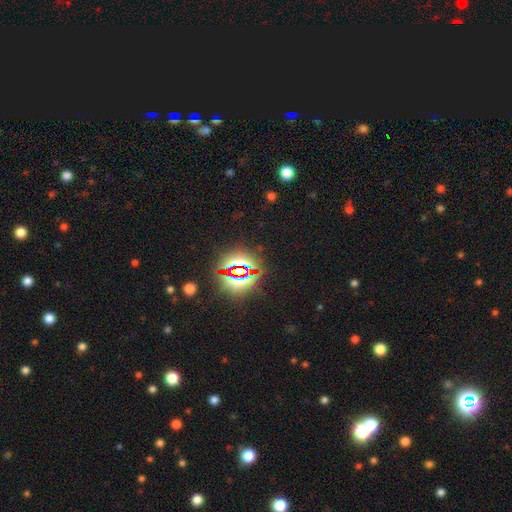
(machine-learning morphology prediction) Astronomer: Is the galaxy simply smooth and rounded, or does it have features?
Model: star or artifact — 83%.